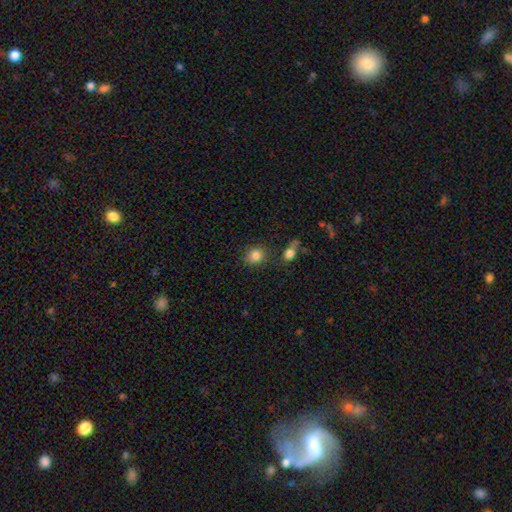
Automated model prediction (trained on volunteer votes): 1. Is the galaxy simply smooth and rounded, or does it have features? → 83% smooth, 10% star or artifact, 7% featured or disk.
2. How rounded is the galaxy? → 73% round, 25% in between, 1% cigar-shaped.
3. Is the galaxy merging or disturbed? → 78% none, 11% minor disturbance, 8% merger, 4% major disturbance.